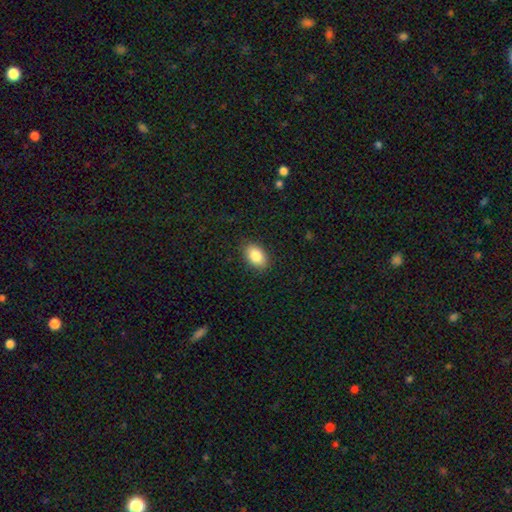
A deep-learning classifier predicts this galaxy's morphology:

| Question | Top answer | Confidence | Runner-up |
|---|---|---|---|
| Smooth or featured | smooth | 85% | star or artifact (8%) |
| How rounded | in between | 88% | round (10%) |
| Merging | none | 88% | minor disturbance (9%) |